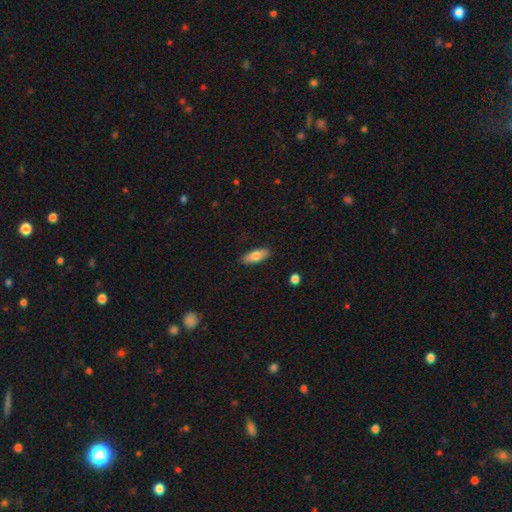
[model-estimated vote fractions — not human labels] This appears to be a smooth galaxy with no disk features (76%) that is in between round and cigar-shaped (71%). Merging: none (87%).